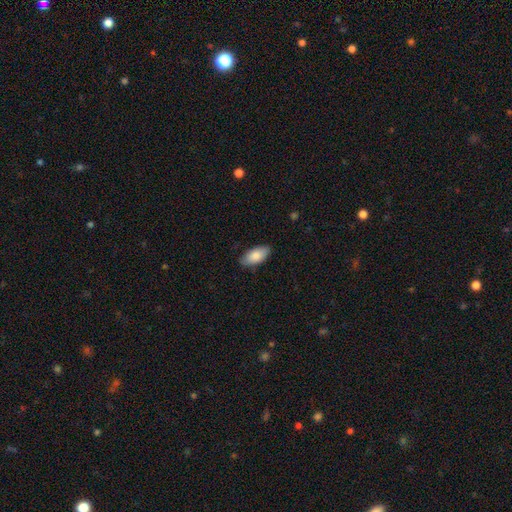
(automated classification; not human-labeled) Q: Smooth or featured?
A: smooth (84%); runner-up: featured or disk (10%)
Q: How rounded?
A: in between (92%); runner-up: cigar-shaped (5%)
Q: Merging?
A: none (84%); runner-up: minor disturbance (13%)